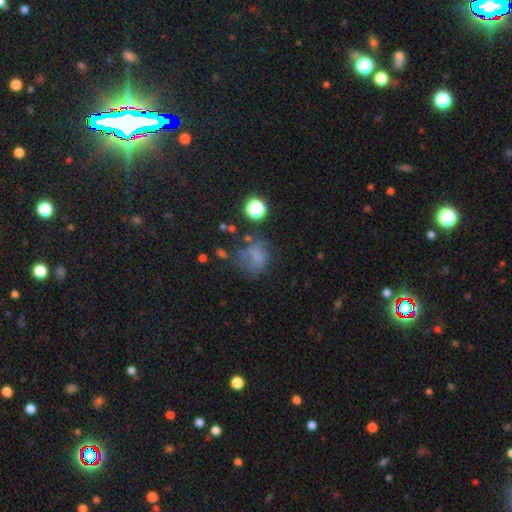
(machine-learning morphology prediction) Smooth or featured? smooth (51%)
How rounded? round (61%)
Merging? none (44%)